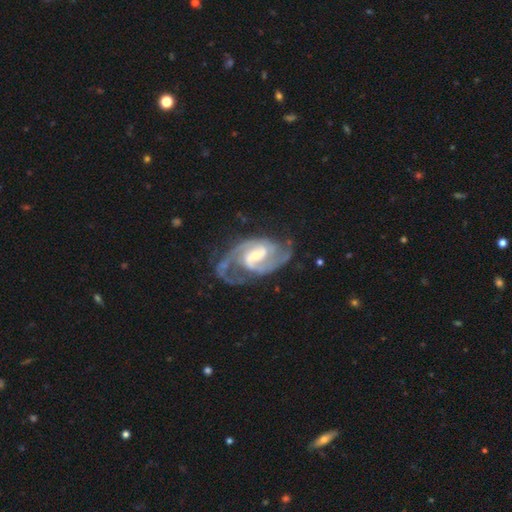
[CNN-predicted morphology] Overall: featured or disk (91%). Edge-on disk: no (97%). Bar: weak (49%; strong 27%). Spiral arms: yes (98%). Spiral arm count: 2 (80%). Spiral winding: medium (53%; tight 31%). Bulge size: small (52%; moderate 40%). Merging: none (58%; major disturbance 20%).